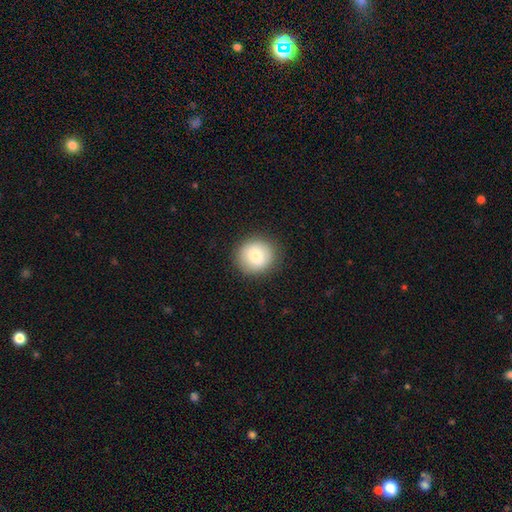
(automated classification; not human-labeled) A smooth galaxy with no disk features (78%) that is round (92%). Merging: none (89%).